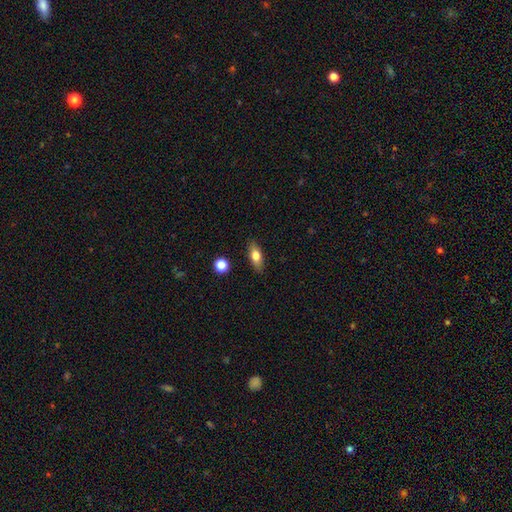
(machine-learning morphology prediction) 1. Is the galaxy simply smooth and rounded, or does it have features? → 72% smooth, 20% featured or disk, 8% star or artifact.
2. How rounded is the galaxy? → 73% in between, 22% cigar-shaped, 5% round.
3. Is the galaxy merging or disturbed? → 87% none, 9% minor disturbance, 2% major disturbance, 2% merger.